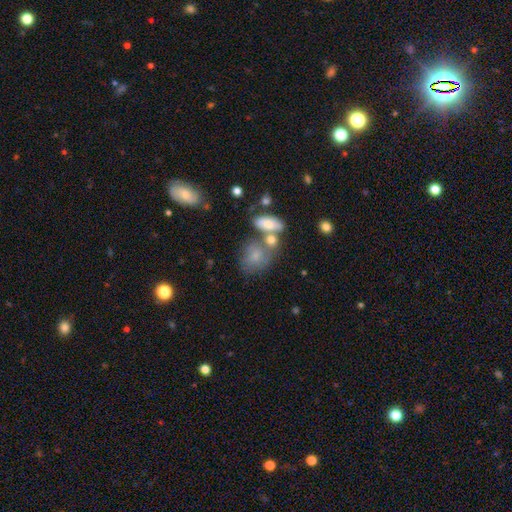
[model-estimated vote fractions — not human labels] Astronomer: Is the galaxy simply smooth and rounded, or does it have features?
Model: smooth — 72%.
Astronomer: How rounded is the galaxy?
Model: in between — 54% (runner-up: round, 44%).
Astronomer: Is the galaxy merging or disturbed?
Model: merger — 37% (runner-up: none, 35%).